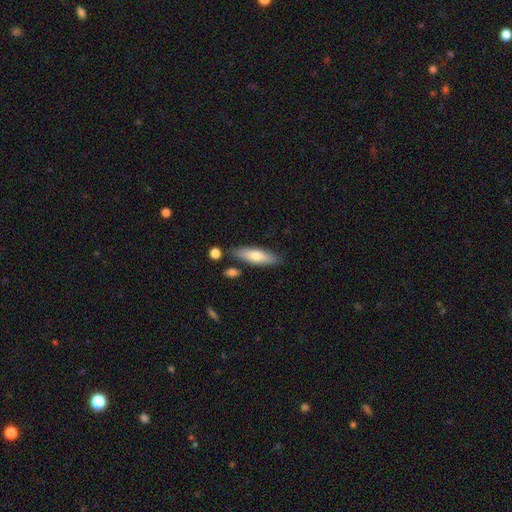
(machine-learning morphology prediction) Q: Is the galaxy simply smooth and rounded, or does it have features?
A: smooth — 68%.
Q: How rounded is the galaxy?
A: cigar-shaped — 55%.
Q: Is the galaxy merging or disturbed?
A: none — 81%.